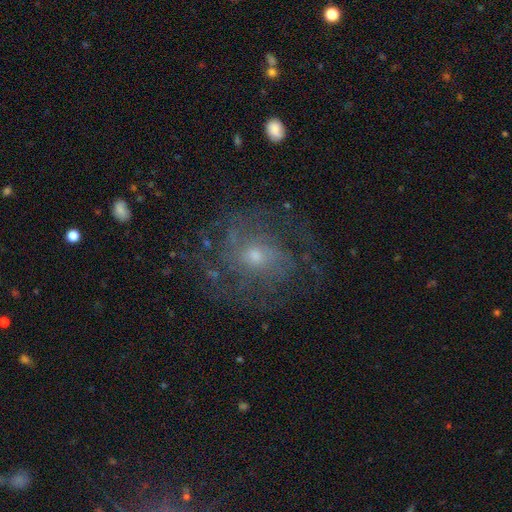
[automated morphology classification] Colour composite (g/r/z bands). It shows a featured or disk galaxy (76%) with no bar (72%), tight (42%) spiral arms (85%) and a small central bulge (59%). Merging: none (68%).